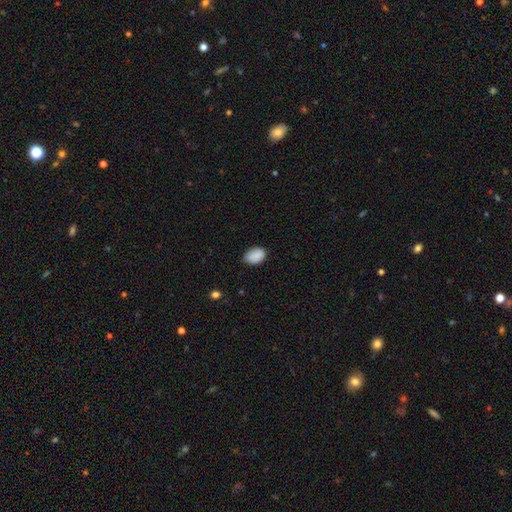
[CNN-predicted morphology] Smooth or featured? Predicted: smooth (p=0.89). How rounded? Predicted: in between (p=0.80). Merging? Predicted: none (p=0.77).